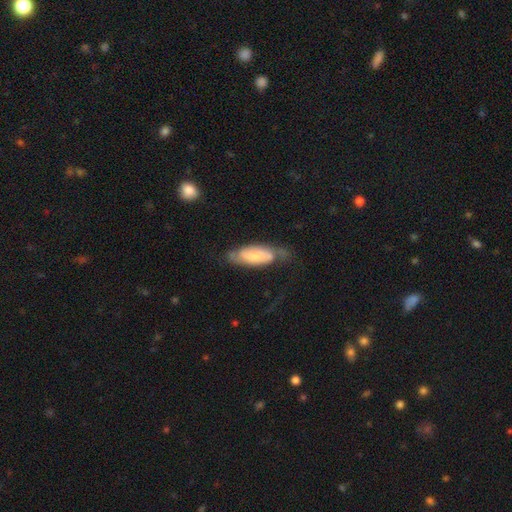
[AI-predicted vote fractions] Smooth or featured: featured or disk — 48% (smooth — 45%)
Merging: none — 50% (minor disturbance — 29%)